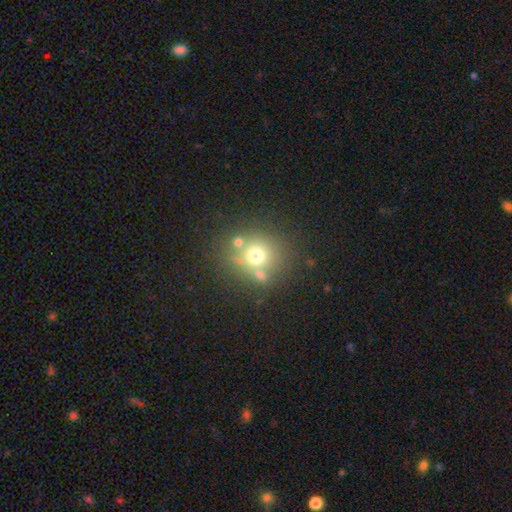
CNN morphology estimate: Smooth or featured? smooth (66%)
How rounded? round (85%)
Merging? none (63%)